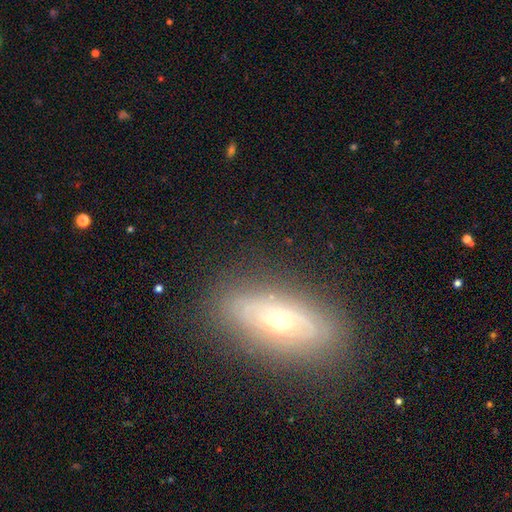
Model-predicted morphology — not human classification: Smooth or featured: featured or disk — 55% (smooth — 34%)
Edge-on disk: no — 65% (yes — 35%)
Merging: none — 81% (minor disturbance — 13%)